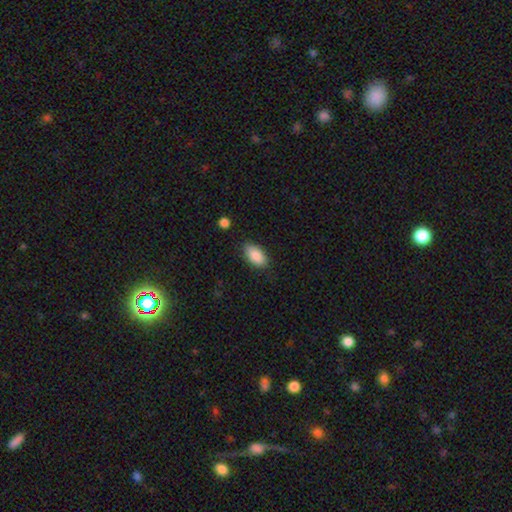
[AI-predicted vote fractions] A smooth galaxy with no disk features (87%) that is in between round and cigar-shaped (93%). Merging: none (81%).